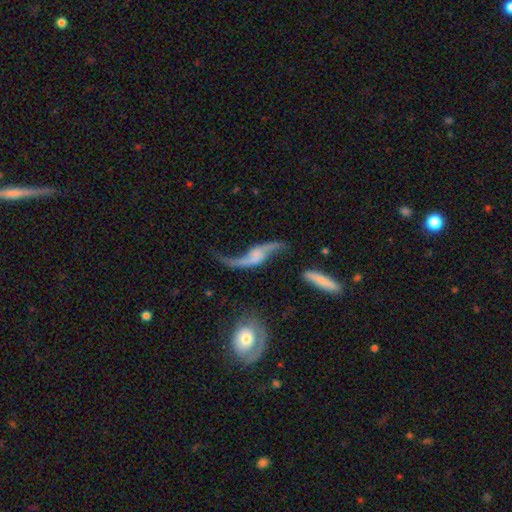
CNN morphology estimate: The model was most divided on "bulge size": none: 45%, small: 31%, moderate: 16%, large: 6%, dominant: 2%. More confident: spiral winding — loose (94%); spiral arms — yes (94%); spiral arm count — 2 (92%); edge-on disk — no (90%); smooth or featured — featured or disk (86%); merging — none (55%); bar — no (53%).